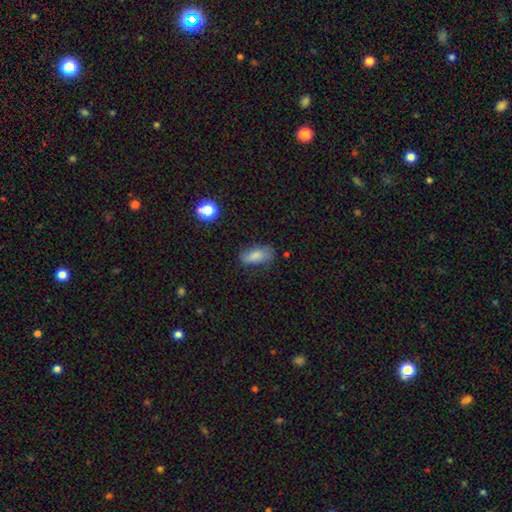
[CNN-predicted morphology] Smooth or featured? smooth (80%)
How rounded? in between (88%)
Merging? none (64%)